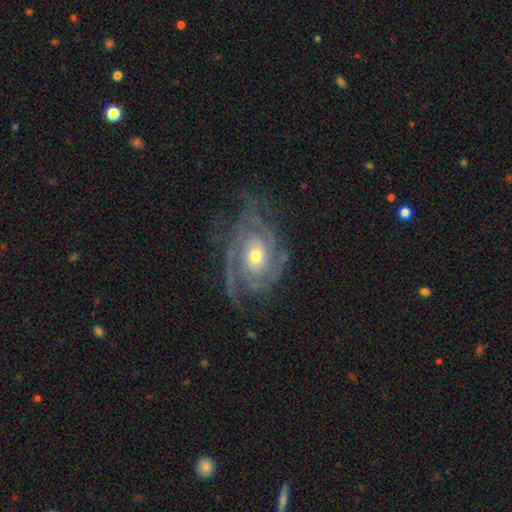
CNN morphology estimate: This is clearly a featured or disk galaxy (89%). It is clearly not viewed edge-on (96%). Bar: likely no (72%). Spiral arm pattern: clearly yes (96%). Spiral arm count: marginally 2 (28%). Spiral winding: possibly tight (57%). Central bulge: possibly moderate (55%). Merging: likely none (66%).